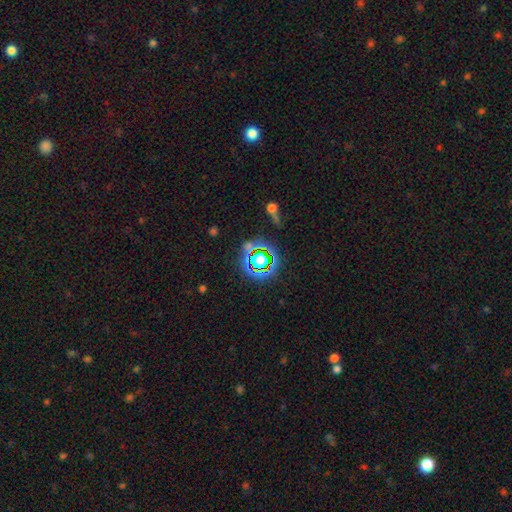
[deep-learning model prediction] Smooth or featured? star or artifact (72%)